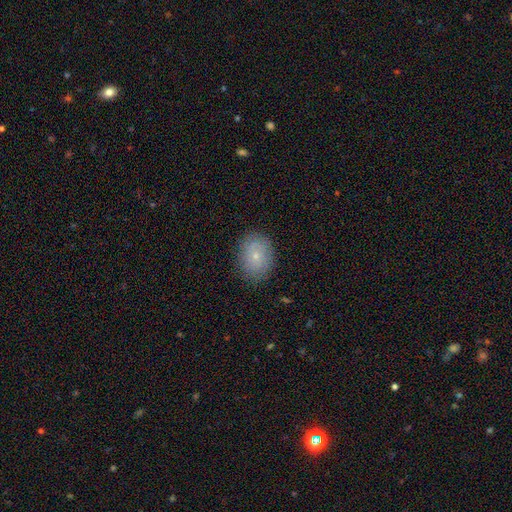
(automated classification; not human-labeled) A smooth galaxy with no disk features (73%) that is in between round and cigar-shaped (61%). Merging: none (83%).